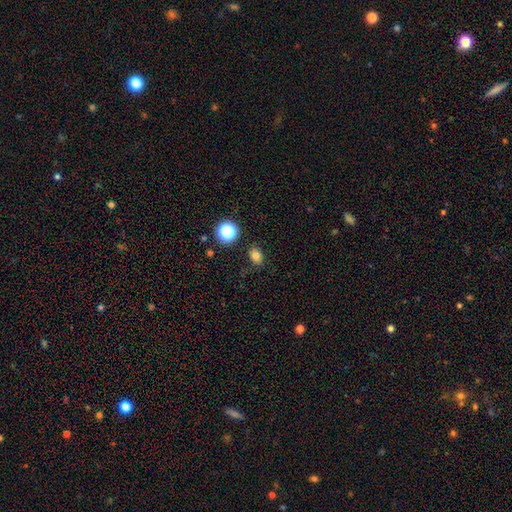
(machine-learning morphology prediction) Q: Smooth or featured?
A: smooth (79%); runner-up: star or artifact (15%)
Q: How rounded?
A: in between (62%); runner-up: round (37%)
Q: Merging?
A: none (83%); runner-up: minor disturbance (12%)